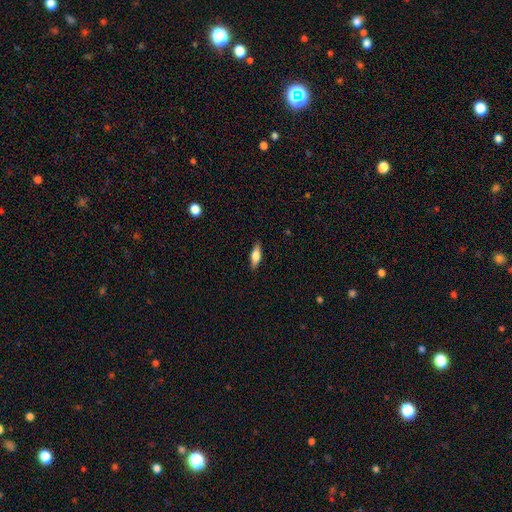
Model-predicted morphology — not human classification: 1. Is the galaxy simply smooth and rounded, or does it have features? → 68% smooth, 26% featured or disk, 7% star or artifact.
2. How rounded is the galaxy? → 61% in between, 36% cigar-shaped, 3% round.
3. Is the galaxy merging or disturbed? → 88% none, 9% minor disturbance, 2% major disturbance, 1% merger.